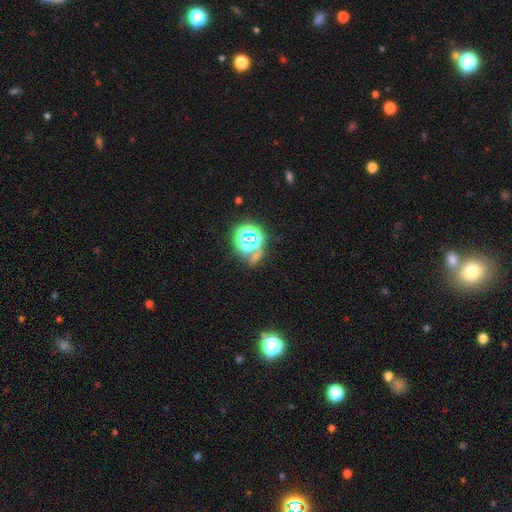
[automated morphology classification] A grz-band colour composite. It shows a star or artifact, not a galaxy (63%).